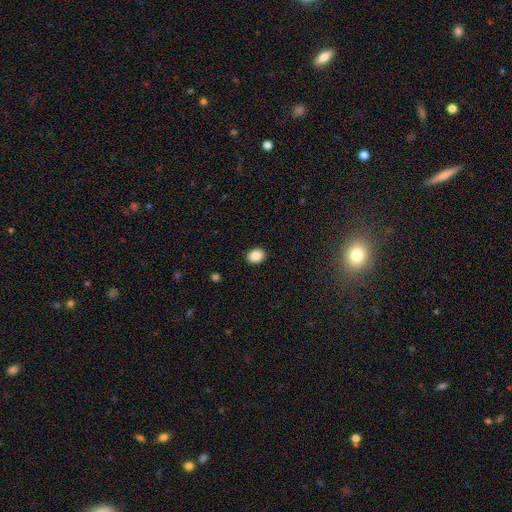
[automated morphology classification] Overall: smooth (88%). How rounded: in between (55%; round 44%). Merging: none (91%).